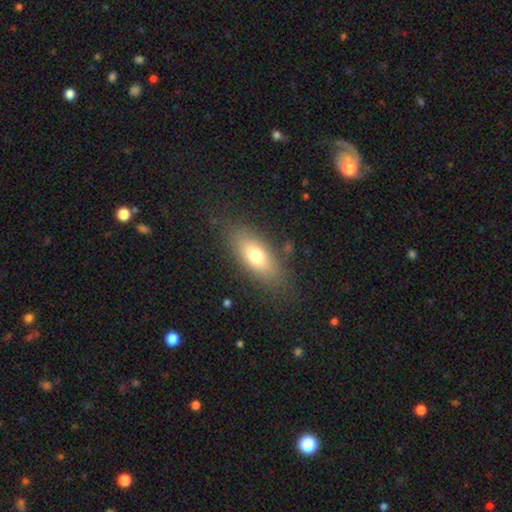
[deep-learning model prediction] smooth-or-featured: smooth: 70% | featured or disk: 21% | star or artifact: 9%
  how-rounded: in between: 79% | cigar-shaped: 16% | round: 5%
  merging: none: 80% | minor disturbance: 13% | major disturbance: 6% | merger: 2%